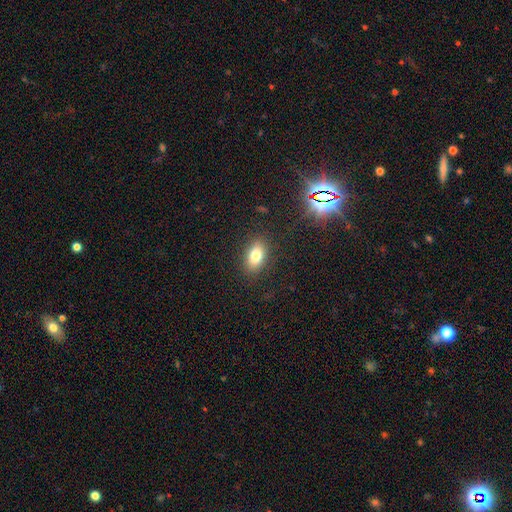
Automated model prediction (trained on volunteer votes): smooth-or-featured: smooth: 78% | featured or disk: 11% | star or artifact: 11%
  how-rounded: in between: 86% | round: 10% | cigar-shaped: 3%
  merging: none: 85% | minor disturbance: 10% | major disturbance: 3% | merger: 1%